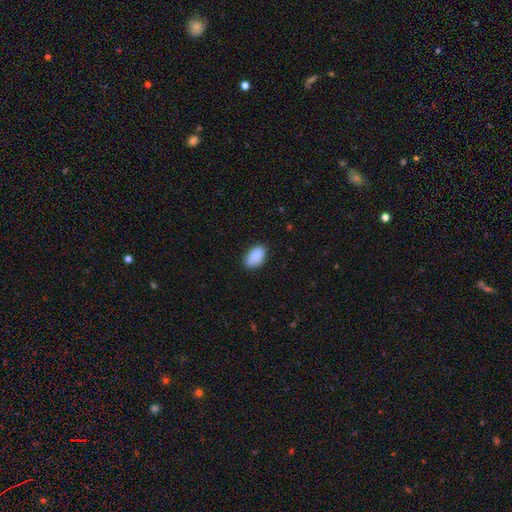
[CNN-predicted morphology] This is clearly a smooth galaxy (87%). How rounded: clearly in between (91%). Merging: likely none (74%).